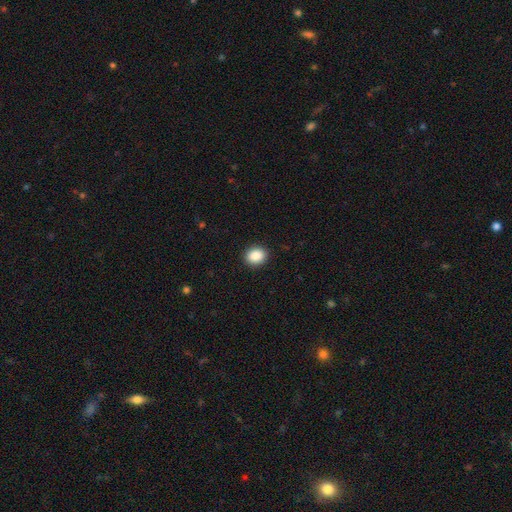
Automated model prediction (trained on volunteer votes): Overall: smooth (89%). How rounded: round (56%; in between 43%). Merging: none (91%).